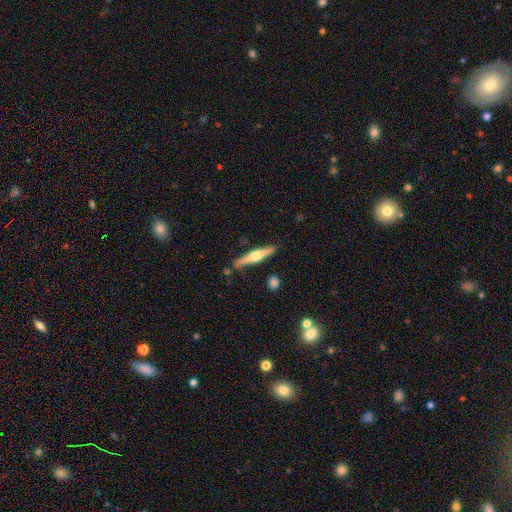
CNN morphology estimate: A featured or disk galaxy (65%) viewed edge-on (97%) with a rounded central bulge (92%). Merging: none (83%).